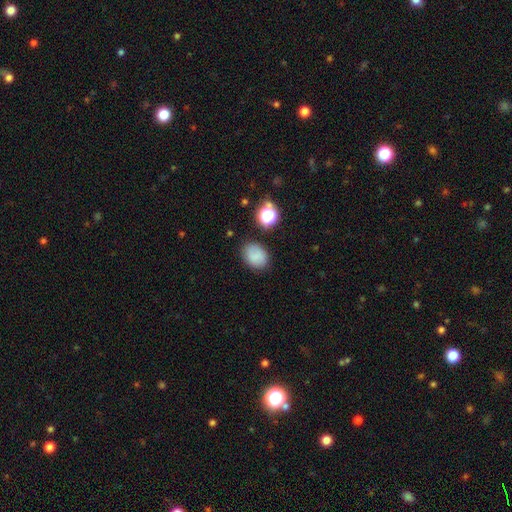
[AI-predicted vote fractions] A smooth galaxy with no disk features (80%) that is in between round and cigar-shaped (60%). Merging: none (78%).